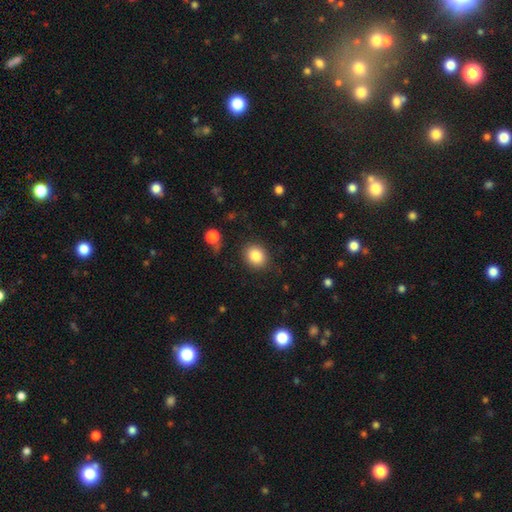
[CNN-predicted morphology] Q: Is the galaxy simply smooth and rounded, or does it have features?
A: smooth — 84%.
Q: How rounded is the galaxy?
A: round — 65%.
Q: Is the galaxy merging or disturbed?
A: none — 85%.